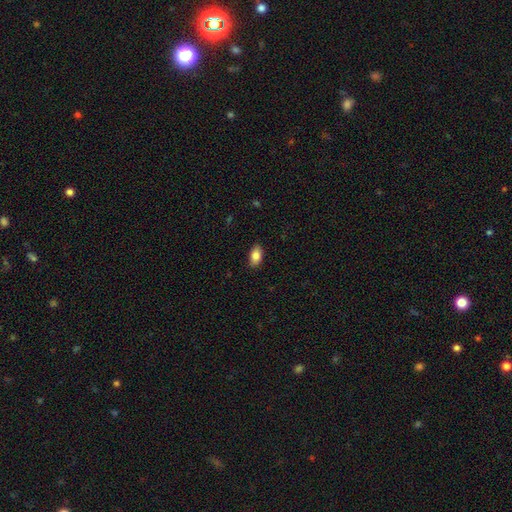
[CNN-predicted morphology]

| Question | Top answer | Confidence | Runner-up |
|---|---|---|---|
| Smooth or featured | smooth | 84% | featured or disk (9%) |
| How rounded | in between | 91% | round (6%) |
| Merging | none | 86% | minor disturbance (10%) |